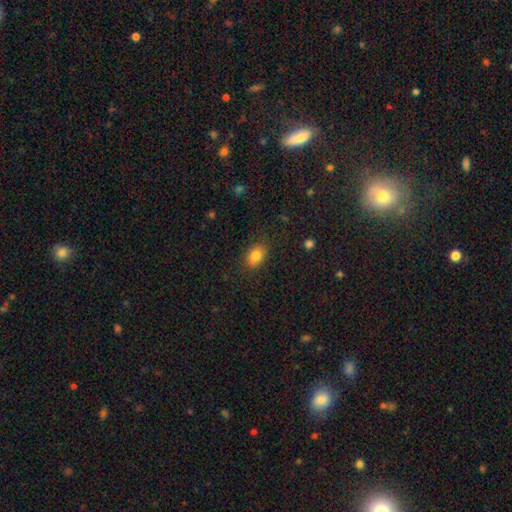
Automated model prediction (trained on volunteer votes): Smooth or featured: smooth — 81% (star or artifact — 10%)
How rounded: in between — 75% (round — 23%)
Merging: none — 81% (minor disturbance — 14%)